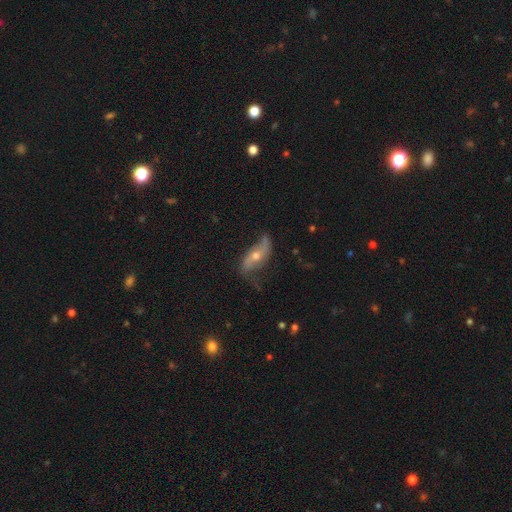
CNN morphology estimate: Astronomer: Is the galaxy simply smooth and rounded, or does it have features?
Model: featured or disk — 79%.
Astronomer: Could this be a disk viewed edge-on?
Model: no — 89%.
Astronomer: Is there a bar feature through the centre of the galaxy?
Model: no — 56%.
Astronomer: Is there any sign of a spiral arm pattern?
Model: yes — 92%.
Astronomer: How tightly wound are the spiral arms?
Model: loose — 79%.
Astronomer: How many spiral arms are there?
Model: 2 — 91%.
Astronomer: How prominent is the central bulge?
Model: moderate — 54% (runner-up: small, 41%).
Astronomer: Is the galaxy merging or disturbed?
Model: none — 64%.